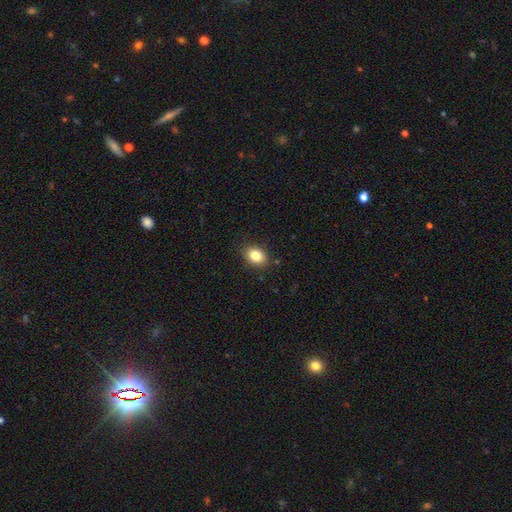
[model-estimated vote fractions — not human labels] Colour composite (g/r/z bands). It shows a smooth galaxy with no disk features (83%) that is in between round and cigar-shaped (65%). Merging: none (87%).